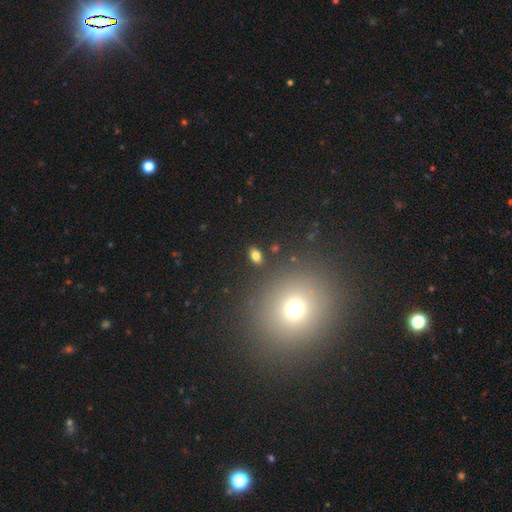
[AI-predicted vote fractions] Smooth or featured? Predicted: smooth (p=0.79). How rounded? Predicted: in between (p=0.83). Merging? Predicted: none (p=0.86).